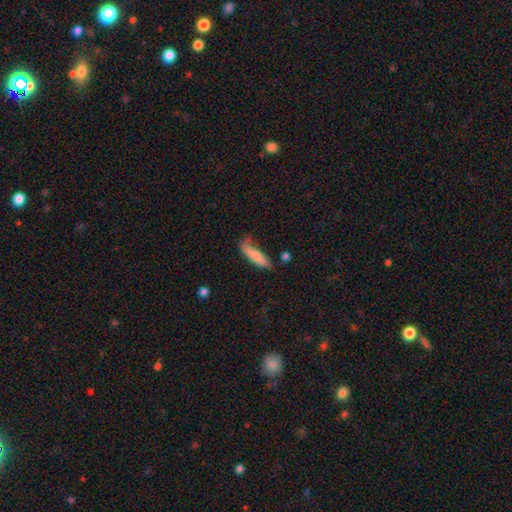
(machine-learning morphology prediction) Q: Smooth or featured?
A: smooth (76%); runner-up: featured or disk (18%)
Q: How rounded?
A: cigar-shaped (64%); runner-up: in between (34%)
Q: Merging?
A: none (48%); runner-up: minor disturbance (31%)